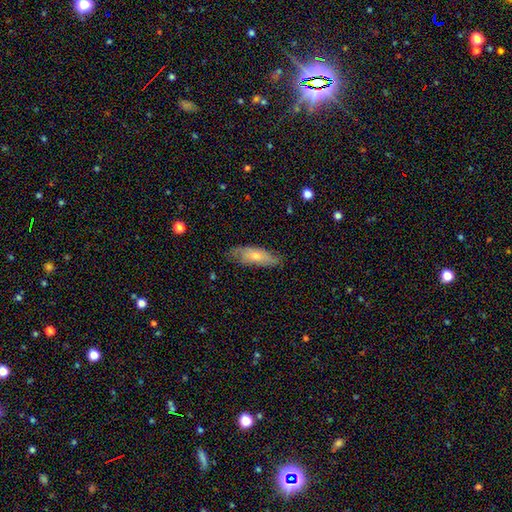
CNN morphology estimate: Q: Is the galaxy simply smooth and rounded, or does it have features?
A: smooth — 48%.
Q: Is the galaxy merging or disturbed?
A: none — 75%.